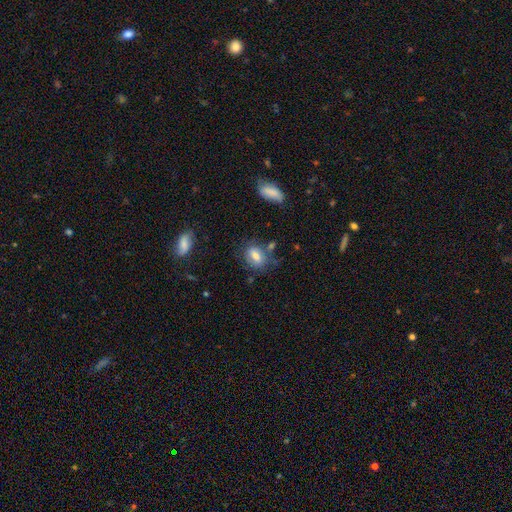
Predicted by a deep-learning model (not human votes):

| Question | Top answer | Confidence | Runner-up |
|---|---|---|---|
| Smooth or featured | smooth | 70% | featured or disk (21%) |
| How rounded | in between | 76% | round (22%) |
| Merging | none | 63% | minor disturbance (22%) |